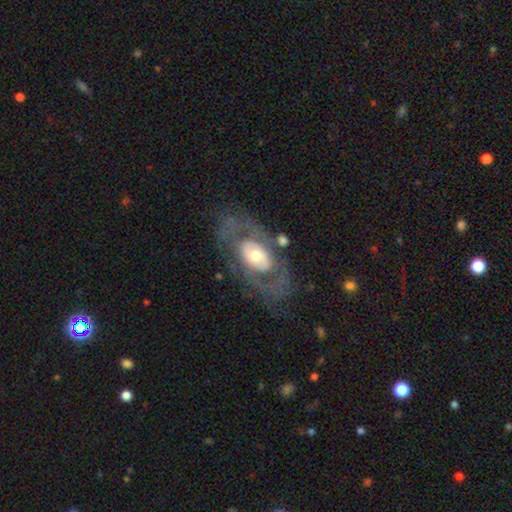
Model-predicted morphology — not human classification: type=featured or disk (74%); edge-on=no (92%); bar=no (74%); spiral arms=yes (53%); bulge=moderate (62%); merging=none (64%).